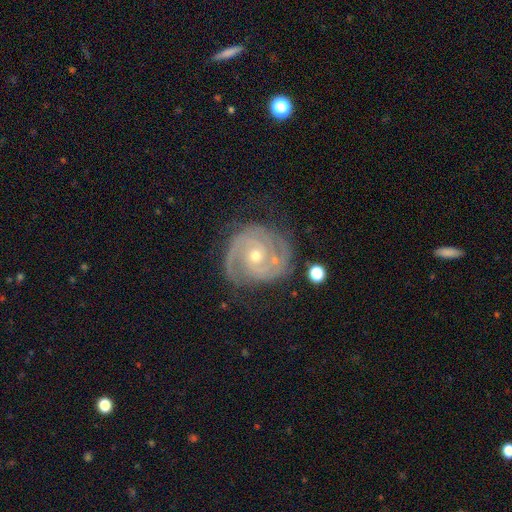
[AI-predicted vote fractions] Overall: featured or disk (90%). Edge-on disk: no (98%). Bar: no (72%). Spiral arms: yes (98%). Spiral arm count: 2 (54%; 3 22%). Spiral winding: tight (70%). Bulge size: small (52%; moderate 46%). Merging: none (73%).